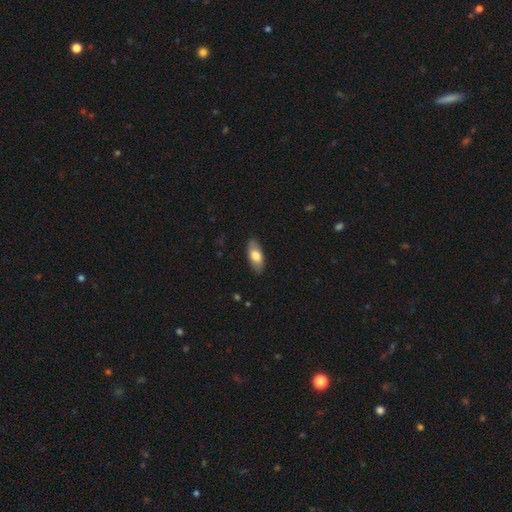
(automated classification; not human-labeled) Morphology: type=smooth (73%); roundness=in between (86%); merging=none (86%).